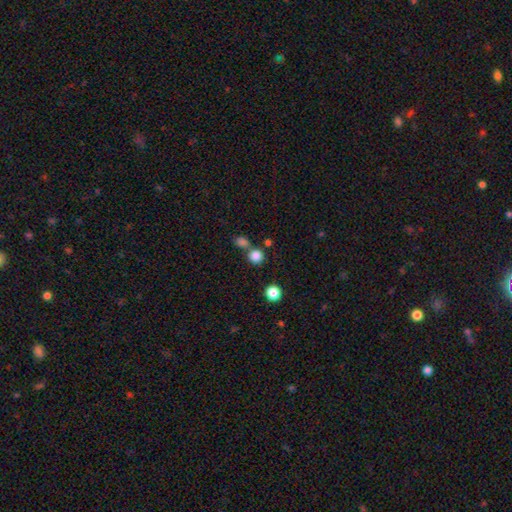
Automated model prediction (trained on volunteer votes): smooth_or_featured: smooth (p=0.82) [alt: star or artifact p=0.13]
how_rounded: round (p=0.91) [alt: in between p=0.08]
merging: none (p=0.64) [alt: merger p=0.26]